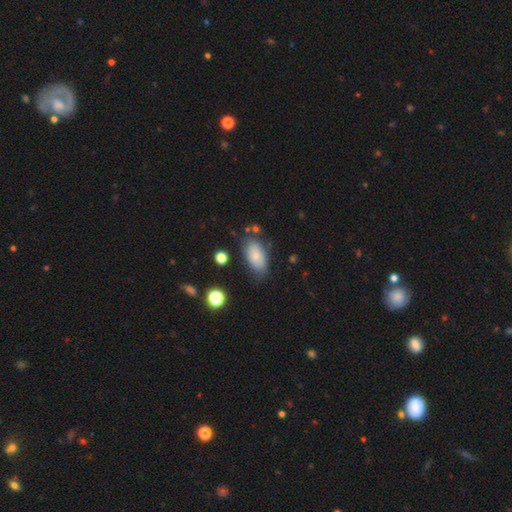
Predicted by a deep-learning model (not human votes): Smooth or featured? Predicted: smooth (p=0.74). How rounded? Predicted: in between (p=0.92). Merging? Predicted: none (p=0.67).